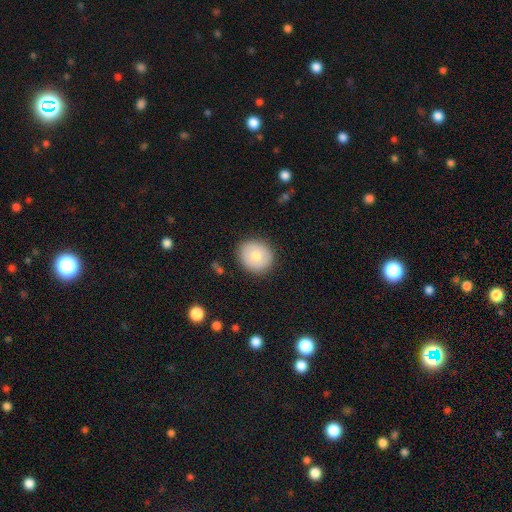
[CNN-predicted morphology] The model was most divided on "smooth or featured": smooth: 75%, featured or disk: 18%, star or artifact: 7%. More confident: merging — none (87%); how rounded — round (82%).